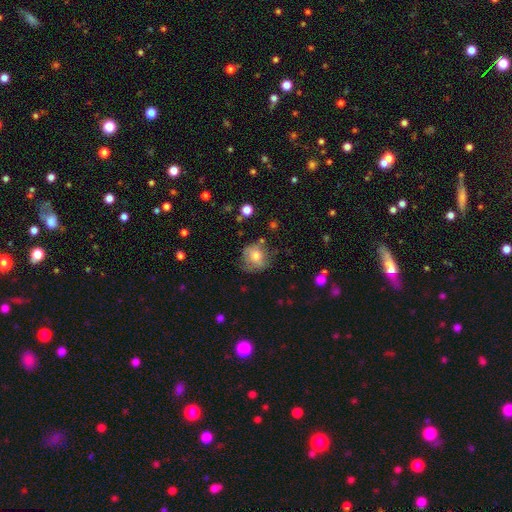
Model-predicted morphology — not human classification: Q: Smooth or featured?
A: smooth (65%); runner-up: featured or disk (26%)
Q: How rounded?
A: round (79%); runner-up: in between (20%)
Q: Merging?
A: none (56%); runner-up: minor disturbance (27%)